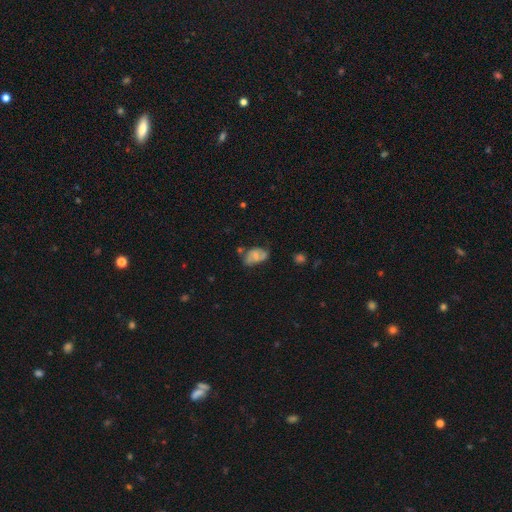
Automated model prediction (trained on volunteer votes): smooth_or_featured: smooth (p=0.49) [alt: featured or disk p=0.42]
merging: none (p=0.48) [alt: minor disturbance p=0.33]